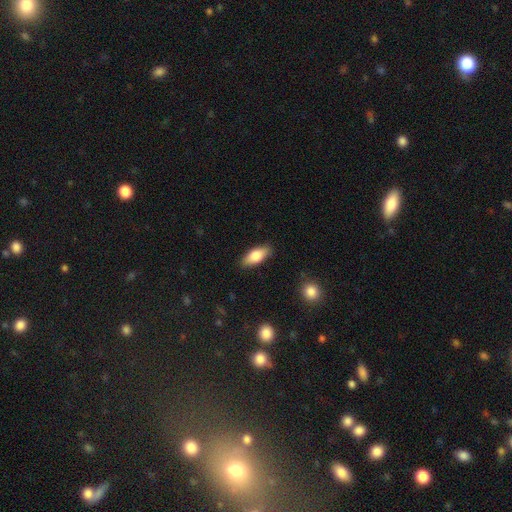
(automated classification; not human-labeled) Morphology: type=smooth (79%); roundness=in between (83%); merging=none (86%).